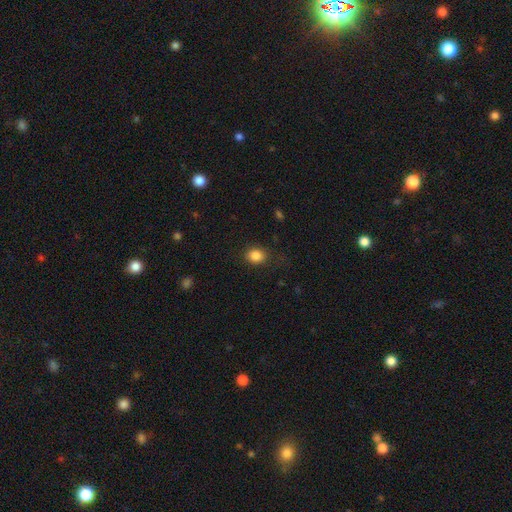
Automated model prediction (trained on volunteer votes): A smooth galaxy with no disk features (85%) that is round (56%).

Vote fractions:
- Smooth or featured? smooth: 85% / star or artifact: 10% / featured or disk: 5%
- How rounded? round: 56% / in between: 43% / cigar-shaped: 1%
- Merging? none: 82% / minor disturbance: 13% / major disturbance: 4% / merger: 1%